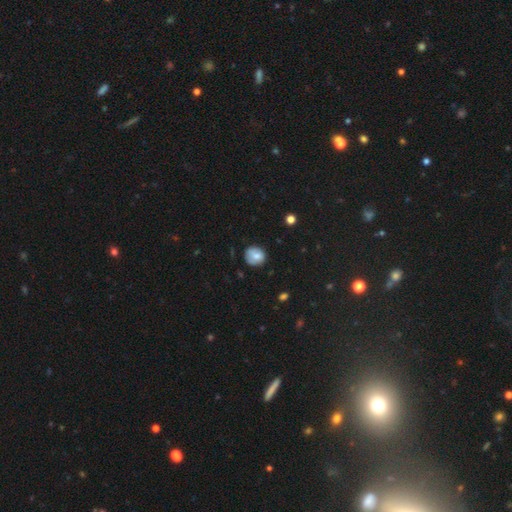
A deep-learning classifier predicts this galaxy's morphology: smooth_or_featured: smooth (p=0.74) [alt: featured or disk p=0.18]
how_rounded: round (p=0.82) [alt: in between p=0.17]
merging: none (p=0.71) [alt: minor disturbance p=0.22]